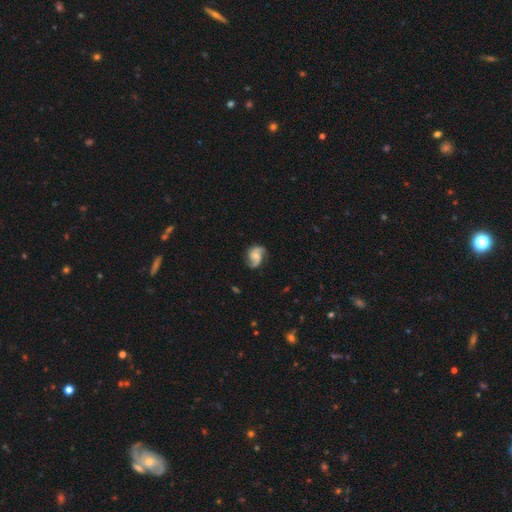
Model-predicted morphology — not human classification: smooth_or_featured: featured or disk (p=0.80) [alt: smooth p=0.14]
disk_edge_on: no (p=0.98) [alt: yes p=0.02]
bar: no (p=0.60) [alt: weak p=0.33]
has_spiral_arms: yes (p=0.96) [alt: no p=0.04]
spiral_winding: medium (p=0.47) [alt: loose p=0.36]
spiral_arm_count: 2 (p=0.86) [alt: 3 p=0.05]
bulge_size: small (p=0.42) [alt: moderate p=0.41]
merging: none (p=0.73) [alt: minor disturbance p=0.19]